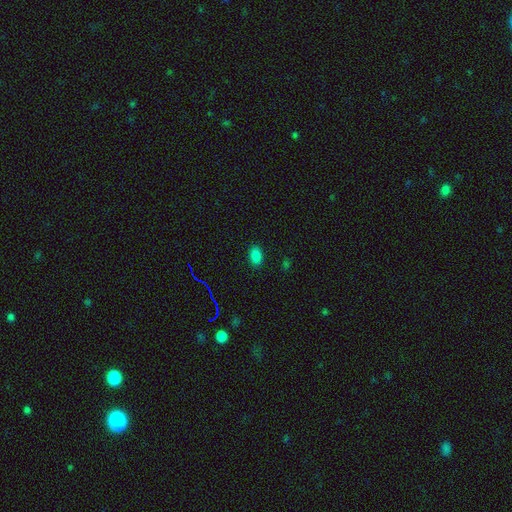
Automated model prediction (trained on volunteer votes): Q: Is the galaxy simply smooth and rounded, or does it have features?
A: smooth — 82%.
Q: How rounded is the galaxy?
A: in between — 85%.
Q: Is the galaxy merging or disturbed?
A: none — 87%.